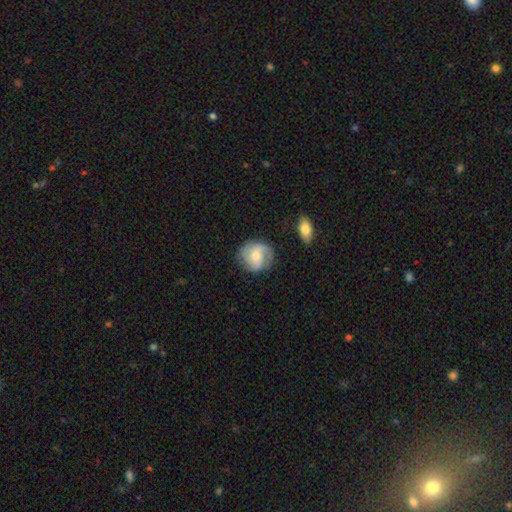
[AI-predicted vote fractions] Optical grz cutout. It shows a featured or disk galaxy (67%) with no bar (58%), 3 (41%) medium (45%) spiral arms (92%) and a moderate central bulge (54%). Merging: none (76%).